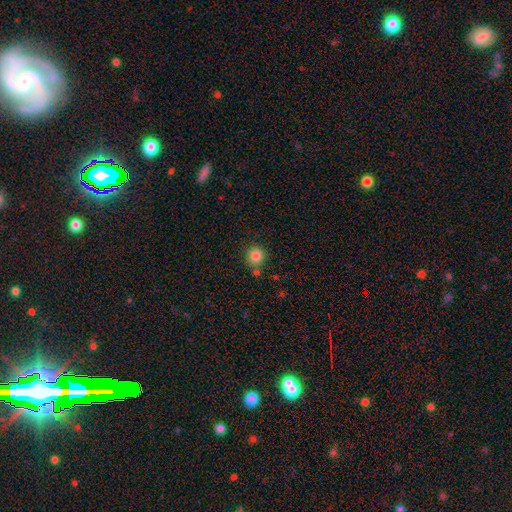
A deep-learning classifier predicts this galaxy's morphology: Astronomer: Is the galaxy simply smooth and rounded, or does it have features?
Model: smooth — 84%.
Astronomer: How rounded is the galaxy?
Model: round — 93%.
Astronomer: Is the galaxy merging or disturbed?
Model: none — 79%.